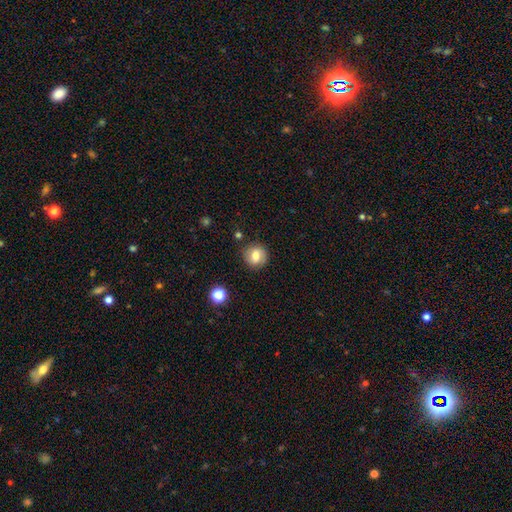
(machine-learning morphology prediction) type=smooth (72%); roundness=round (88%); merging=none (84%).